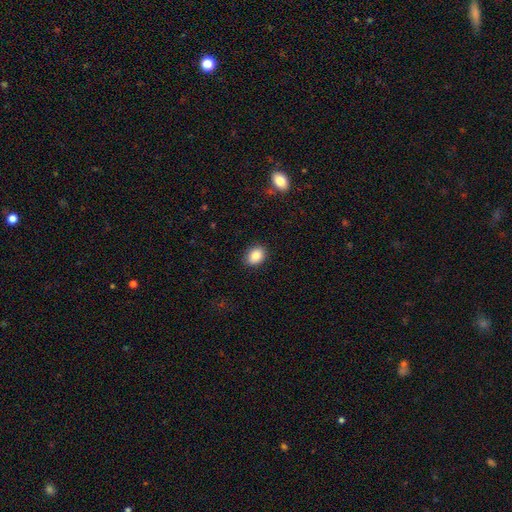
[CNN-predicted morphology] This appears to be a smooth galaxy with no disk features (87%) that is in between round and cigar-shaped (66%). Merging: none (88%).